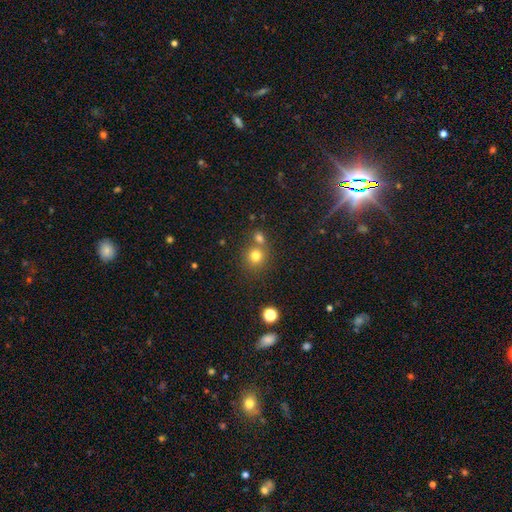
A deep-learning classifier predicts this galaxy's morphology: smooth_or_featured: smooth (p=0.78) [alt: star or artifact p=0.15]
how_rounded: round (p=0.86) [alt: in between p=0.13]
merging: none (p=0.58) [alt: merger p=0.31]